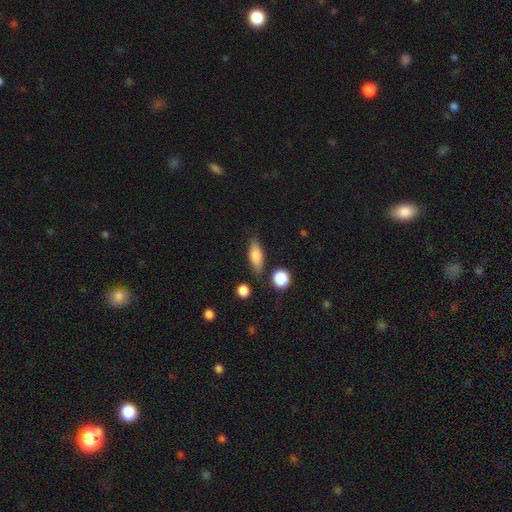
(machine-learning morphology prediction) type=smooth (75%); roundness=in between (65%); merging=none (77%).